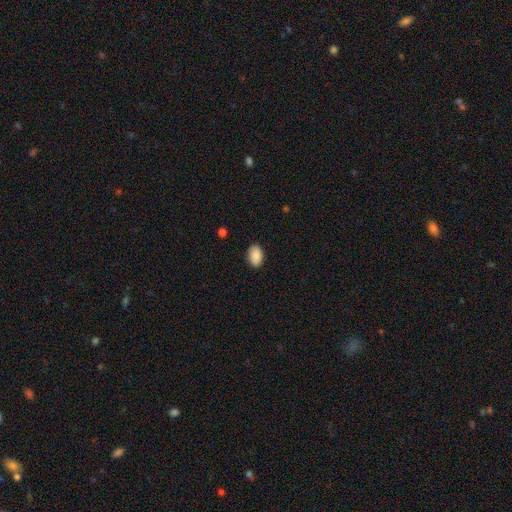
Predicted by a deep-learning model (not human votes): Smooth or featured?
  - smooth: 90% *
  - star or artifact: 7%
  - featured or disk: 4%
How rounded?
  - in between: 90% *
  - round: 9%
  - cigar-shaped: 1%
Merging?
  - none: 88% *
  - minor disturbance: 9%
  - major disturbance: 2%
  - merger: 1%